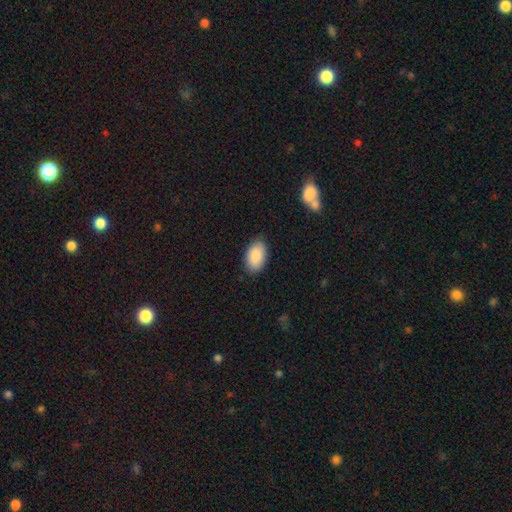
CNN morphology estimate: Smooth or featured: smooth — 89% (star or artifact — 6%)
How rounded: in between — 94% (round — 5%)
Merging: none — 85% (minor disturbance — 11%)